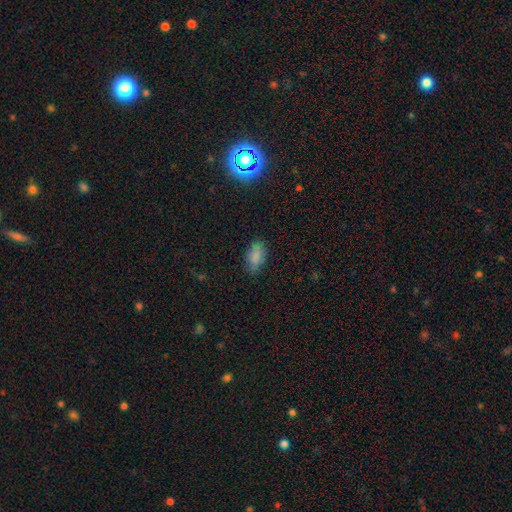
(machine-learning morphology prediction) Overall: smooth (84%). How rounded: in between (90%). Merging: none (77%).